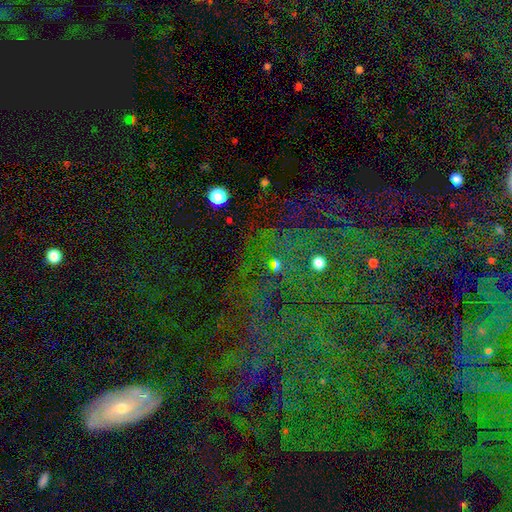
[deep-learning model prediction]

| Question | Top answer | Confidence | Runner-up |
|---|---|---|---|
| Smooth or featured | star or artifact | 65% | featured or disk (19%) |